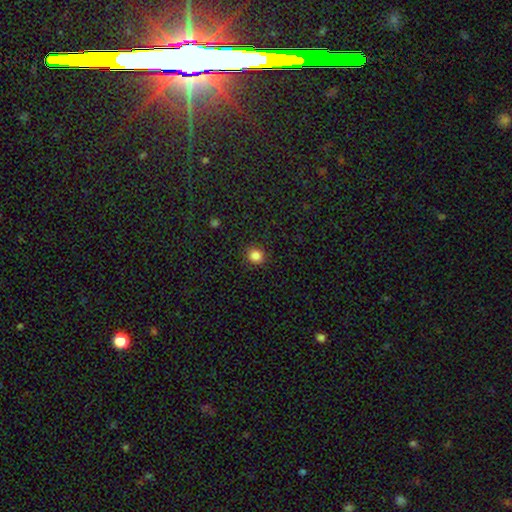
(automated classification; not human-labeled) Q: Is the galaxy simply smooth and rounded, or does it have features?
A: smooth — 85%.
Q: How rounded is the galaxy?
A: round — 90%.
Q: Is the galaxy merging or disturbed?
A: none — 91%.